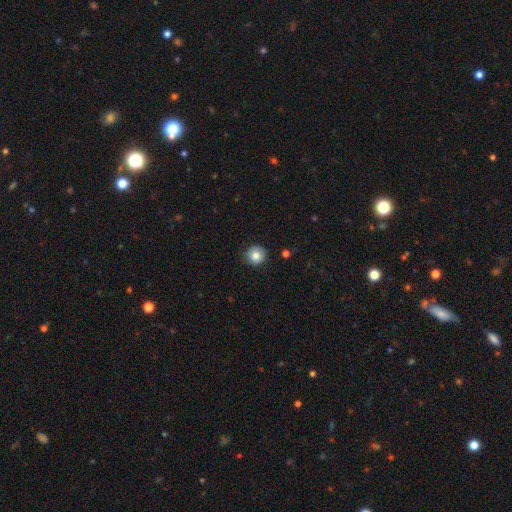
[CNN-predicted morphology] Smooth or featured: smooth — 82% (star or artifact — 9%)
How rounded: round — 93% (in between — 6%)
Merging: none — 87% (minor disturbance — 10%)